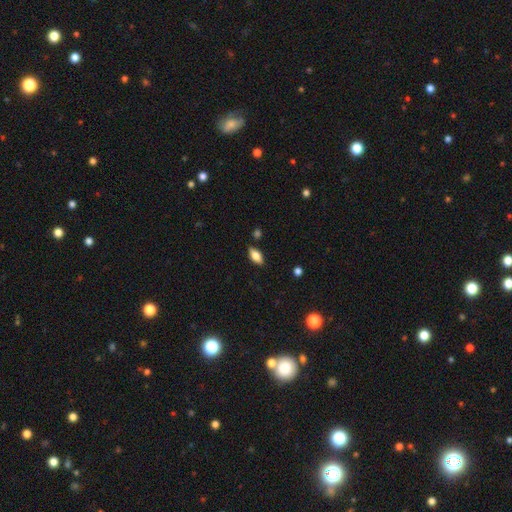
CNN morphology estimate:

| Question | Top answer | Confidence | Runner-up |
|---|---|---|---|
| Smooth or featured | smooth | 73% | featured or disk (20%) |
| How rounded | in between | 87% | cigar-shaped (10%) |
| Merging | none | 84% | minor disturbance (11%) |